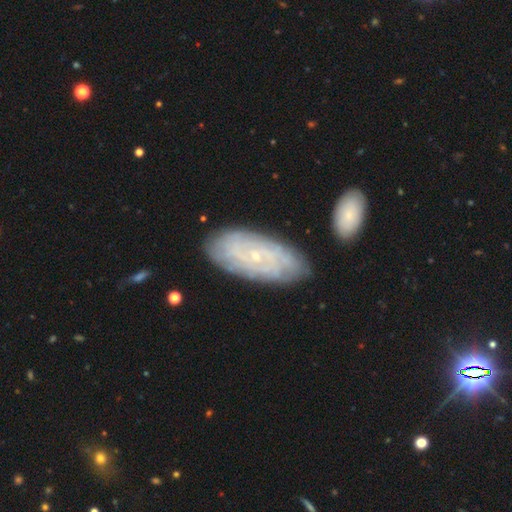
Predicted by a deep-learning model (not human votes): Smooth or featured? featured or disk (69%)
Edge-on disk? no (91%)
Bar? no (81%)
Spiral arms? yes (83%)
Spiral winding? tight (74%)
Spiral arm count? can't tell (59%)
Bulge size? small (86%)
Merging? none (79%)